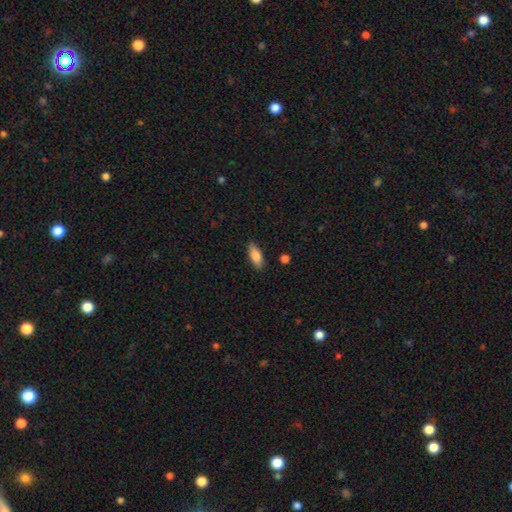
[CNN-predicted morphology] Smooth or featured: smooth — 79% (featured or disk — 14%)
How rounded: in between — 76% (cigar-shaped — 21%)
Merging: none — 86% (minor disturbance — 11%)